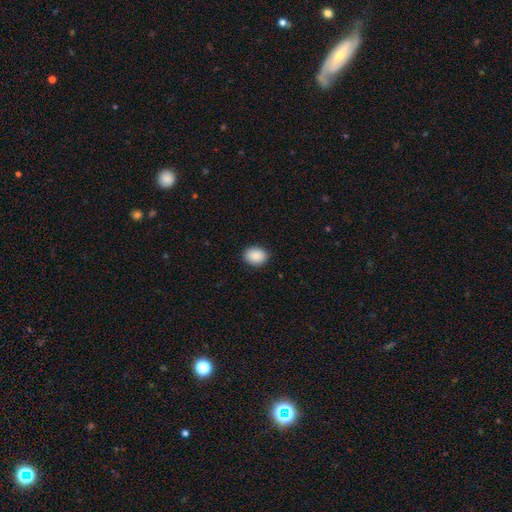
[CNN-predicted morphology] This is clearly a smooth galaxy (90%). How rounded: possibly in between (58%). Merging: clearly none (90%).